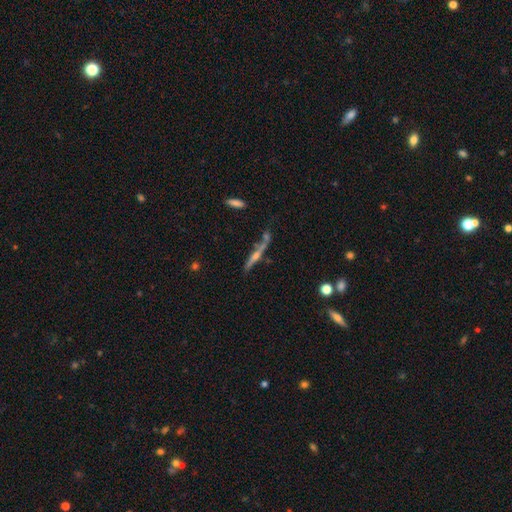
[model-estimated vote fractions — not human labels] Smooth or featured: featured or disk — 70% (smooth — 19%)
Edge-on disk: yes — 90% (no — 10%)
Edge-on bulge: rounded — 78% (none — 15%)
Merging: none — 61% (minor disturbance — 18%)